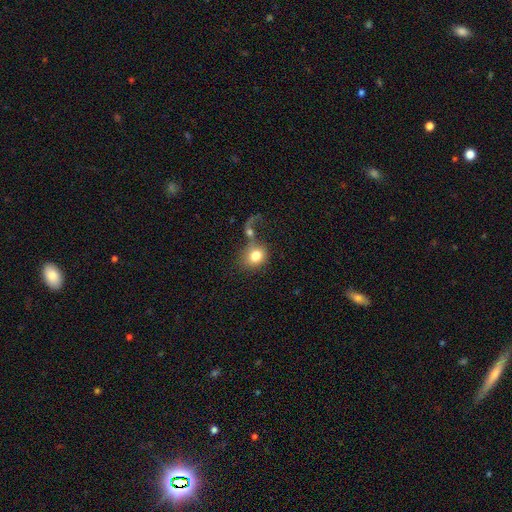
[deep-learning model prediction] Smooth or featured?
  - smooth: 75% *
  - featured or disk: 16%
  - star or artifact: 9%
How rounded?
  - round: 60% *
  - in between: 38%
  - cigar-shaped: 1%
Merging?
  - merger: 40% *
  - none: 28%
  - major disturbance: 22%
  - minor disturbance: 11%